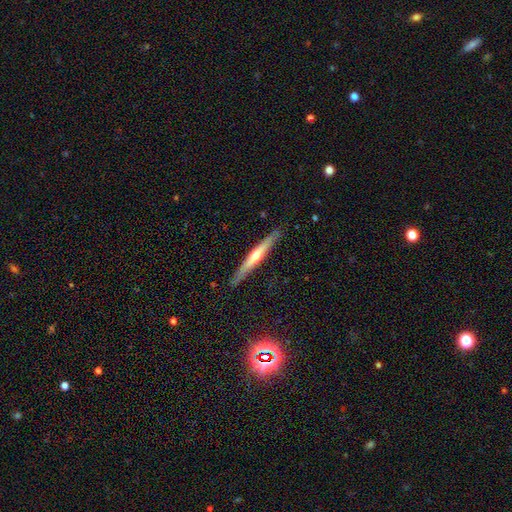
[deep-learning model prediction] featured or disk 64%, smooth 30%, star or artifact 6%. Down the decision tree: edge-on disk — yes (96%); edge-on bulge — rounded (79%); merging — none (88%).